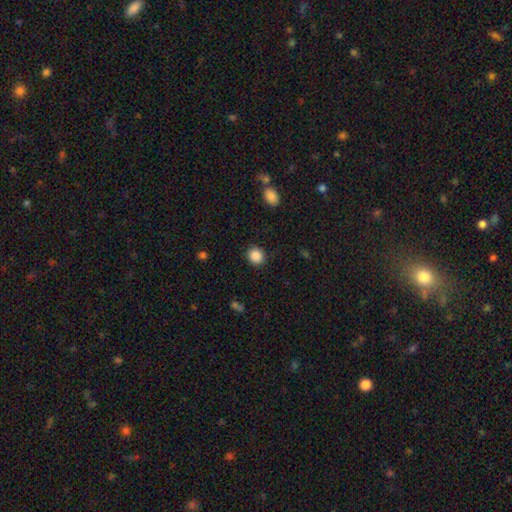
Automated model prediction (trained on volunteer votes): smooth-or-featured: smooth: 87% | star or artifact: 9% | featured or disk: 3%
  how-rounded: round: 86% | in between: 13% | cigar-shaped: 1%
  merging: none: 90% | minor disturbance: 7% | major disturbance: 2% | merger: 1%